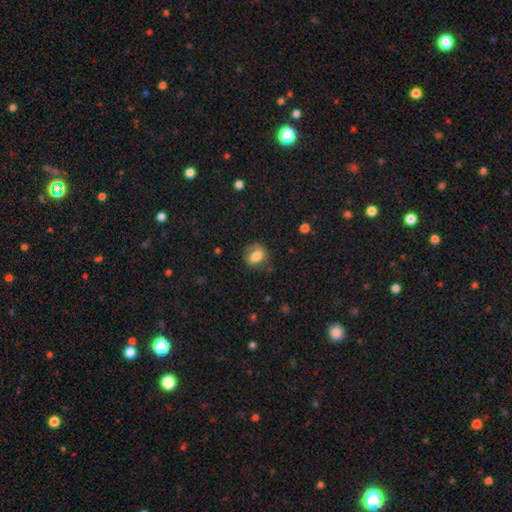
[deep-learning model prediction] smooth_or_featured: smooth (p=0.77) [alt: featured or disk p=0.15]
how_rounded: in between (p=0.60) [alt: round p=0.38]
merging: none (p=0.67) [alt: minor disturbance p=0.22]